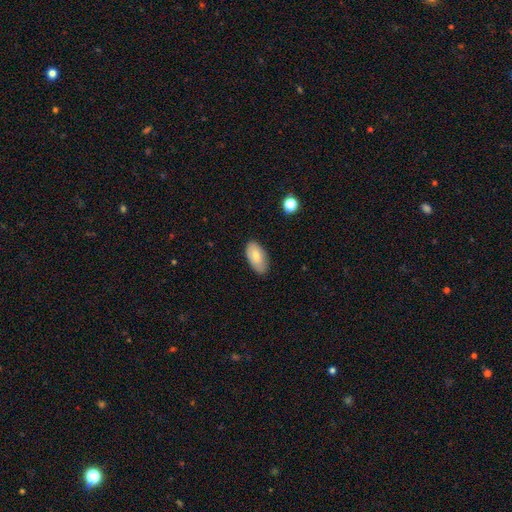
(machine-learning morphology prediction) This appears to be a smooth galaxy with no disk features (76%) that is in between round and cigar-shaped (94%). Merging: none (81%).